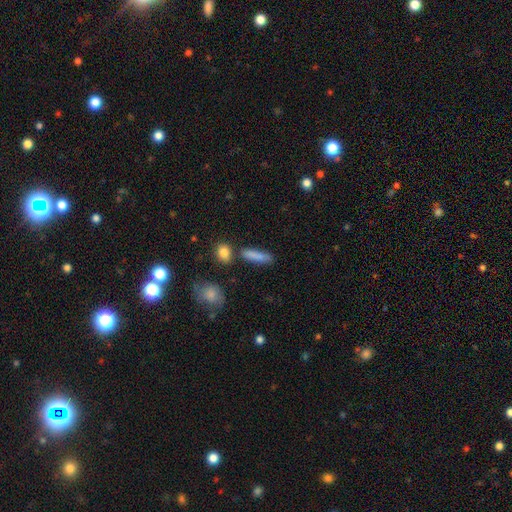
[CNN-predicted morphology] Q: Smooth or featured?
A: smooth (83%); runner-up: featured or disk (10%)
Q: How rounded?
A: cigar-shaped (65%); runner-up: in between (31%)
Q: Merging?
A: none (72%); runner-up: minor disturbance (15%)